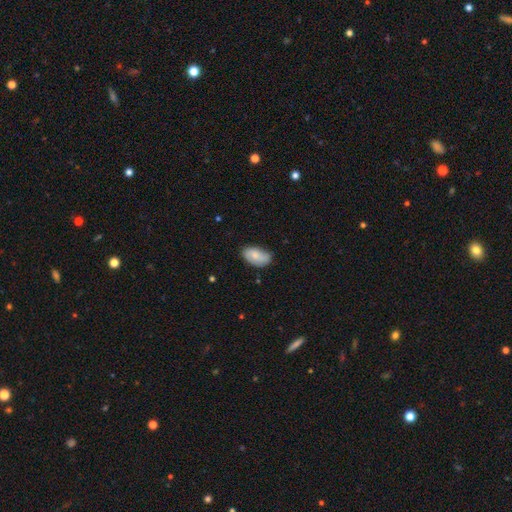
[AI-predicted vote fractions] smooth 74%, featured or disk 20%, star or artifact 7%. Down the decision tree: how rounded — in between (94%); merging — none (71%).